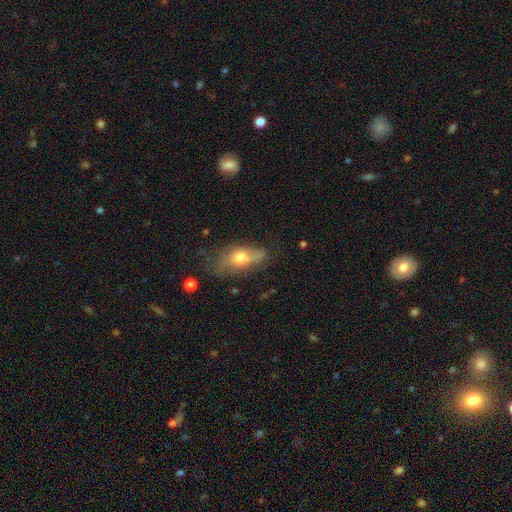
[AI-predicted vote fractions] Smooth or featured?
  - smooth: 53% *
  - featured or disk: 25%
  - star or artifact: 22%
How rounded?
  - in between: 78% *
  - cigar-shaped: 11%
  - round: 10%
Merging?
  - none: 81% *
  - minor disturbance: 13%
  - major disturbance: 4%
  - merger: 2%